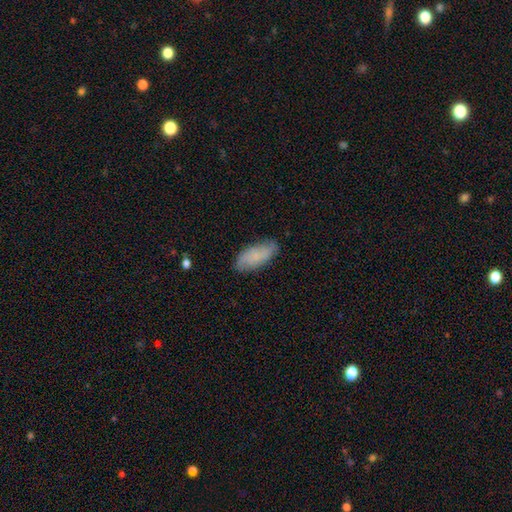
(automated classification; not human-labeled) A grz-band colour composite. It shows a smooth galaxy with no disk features (65%) that is in between round and cigar-shaped (84%). Merging: none (79%).